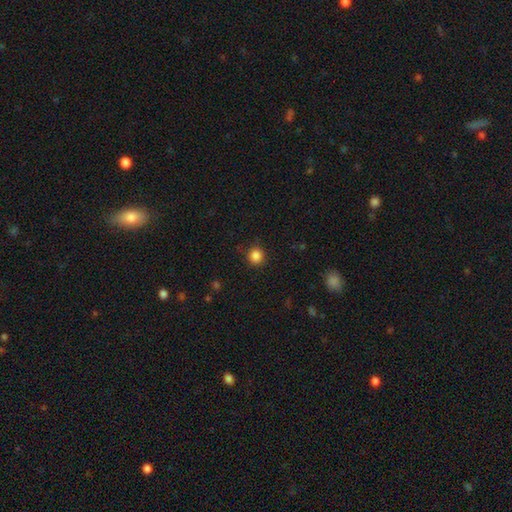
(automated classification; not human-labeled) A smooth galaxy with no disk features (85%) that is round (89%).

Vote fractions:
- Smooth or featured? smooth: 85% / star or artifact: 11% / featured or disk: 3%
- How rounded? round: 89% / in between: 10% / cigar-shaped: 1%
- Merging? none: 87% / minor disturbance: 9% / major disturbance: 3% / merger: 1%